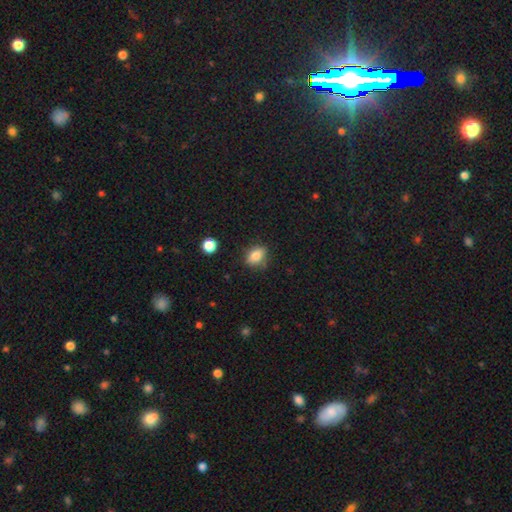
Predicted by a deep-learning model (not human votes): This is clearly a smooth galaxy (80%). How rounded: likely in between (70%). Merging: likely none (73%).